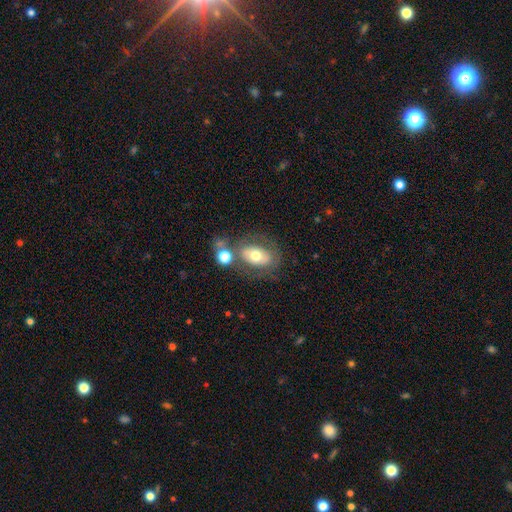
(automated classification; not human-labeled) Smooth or featured? Predicted: smooth (p=0.57). How rounded? Predicted: in between (p=0.83). Merging? Predicted: none (p=0.52).